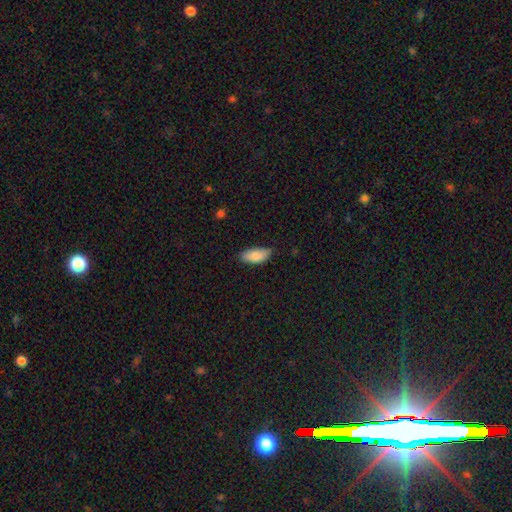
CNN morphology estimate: Smooth or featured? Predicted: smooth (p=0.85). How rounded? Predicted: in between (p=0.89). Merging? Predicted: none (p=0.72).